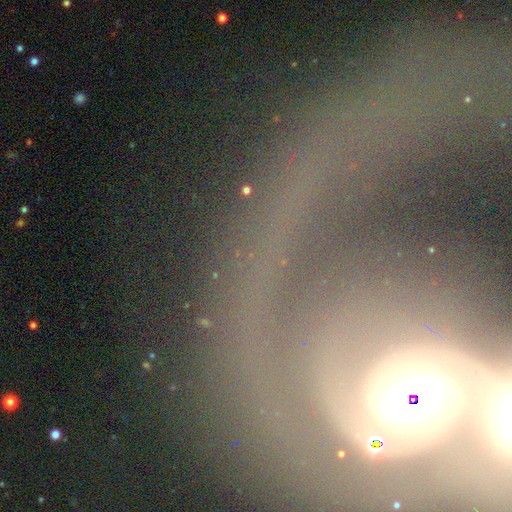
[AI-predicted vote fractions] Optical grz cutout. It shows a featured or disk galaxy (73%) with no bar (48%), 2 (41%) tight (46%) spiral arms (80%) and a moderate central bulge (58%). Merging: none (44%).